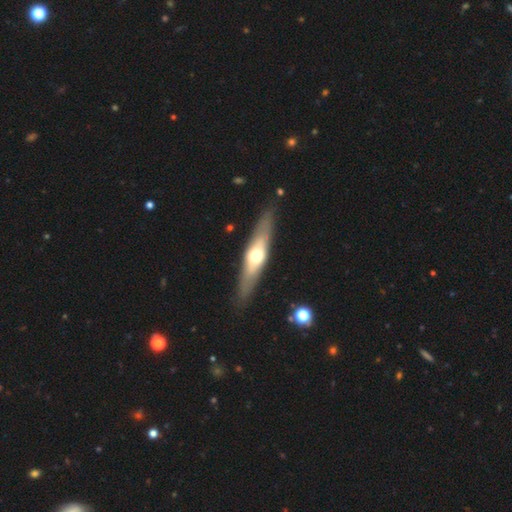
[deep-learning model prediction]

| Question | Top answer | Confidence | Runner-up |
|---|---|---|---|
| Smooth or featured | featured or disk | 56% | smooth (39%) |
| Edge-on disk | yes | 79% | no (21%) |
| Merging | none | 86% | minor disturbance (10%) |